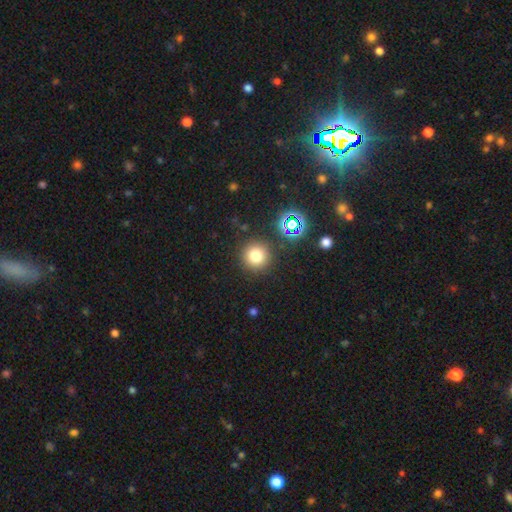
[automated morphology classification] This is likely a smooth galaxy (75%). How rounded: clearly round (95%). Merging: clearly none (88%).